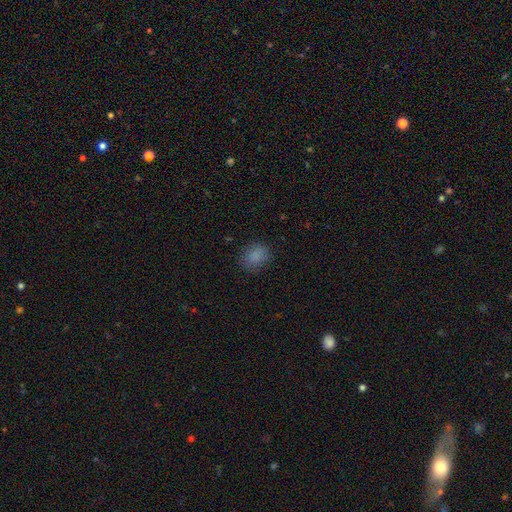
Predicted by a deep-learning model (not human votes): Smooth or featured: smooth — 83% (star or artifact — 11%)
How rounded: in between — 52% (round — 47%)
Merging: none — 77% (minor disturbance — 16%)